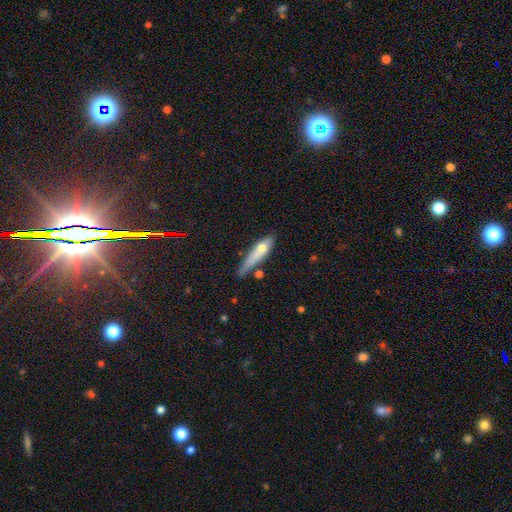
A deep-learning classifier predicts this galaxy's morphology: Smooth or featured: smooth — 63% (featured or disk — 29%)
How rounded: cigar-shaped — 75% (in between — 22%)
Merging: none — 50% (minor disturbance — 31%)